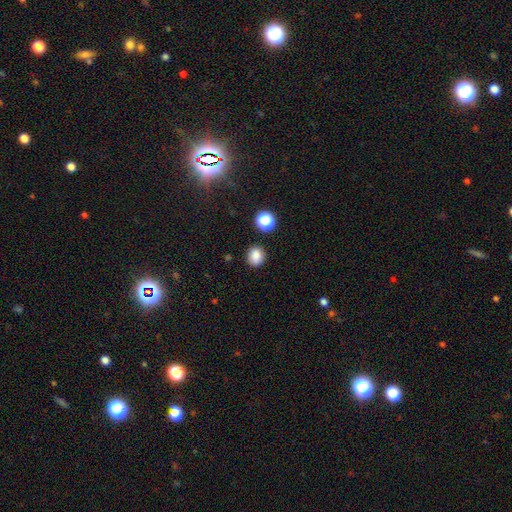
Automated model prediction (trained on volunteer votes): This is clearly a smooth galaxy (83%). How rounded: likely round (74%). Merging: clearly none (85%).